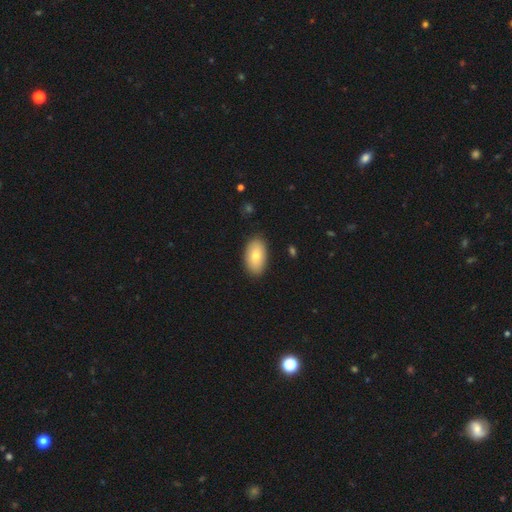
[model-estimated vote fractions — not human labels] A smooth galaxy with no disk features (76%) that is in between round and cigar-shaped (94%).

Vote fractions:
- Smooth or featured? smooth: 76% / featured or disk: 17% / star or artifact: 7%
- How rounded? in between: 94% / round: 5% / cigar-shaped: 2%
- Merging? none: 88% / minor disturbance: 9% / major disturbance: 2% / merger: 1%